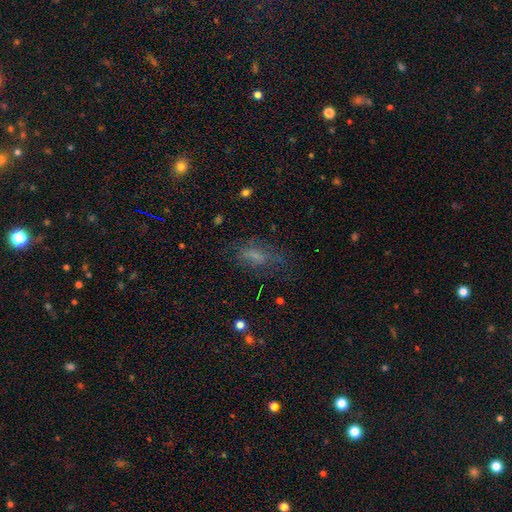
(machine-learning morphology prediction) Smooth or featured?
  - smooth: 54% *
  - featured or disk: 26%
  - star or artifact: 21%
How rounded?
  - in between: 72% *
  - cigar-shaped: 22%
  - round: 6%
Merging?
  - none: 55% *
  - minor disturbance: 23%
  - major disturbance: 20%
  - merger: 2%